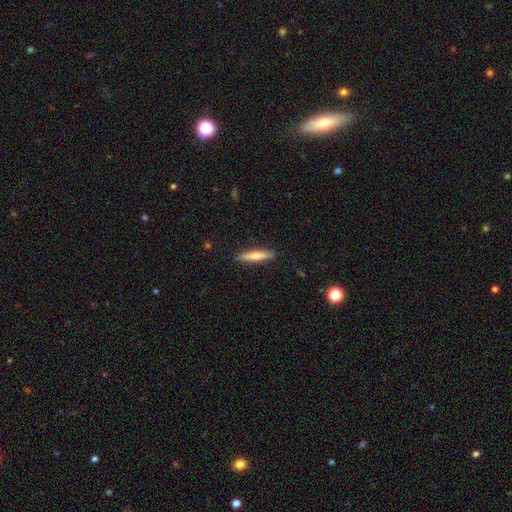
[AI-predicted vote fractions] Smooth or featured: smooth — 65% (featured or disk — 30%)
How rounded: cigar-shaped — 88% (in between — 10%)
Merging: none — 90% (minor disturbance — 7%)